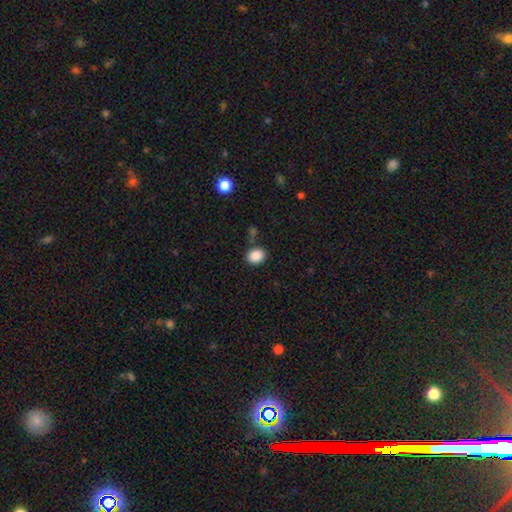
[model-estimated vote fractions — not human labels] smooth 88%, star or artifact 9%, featured or disk 3%. Down the decision tree: how rounded — round (54%); merging — none (81%).